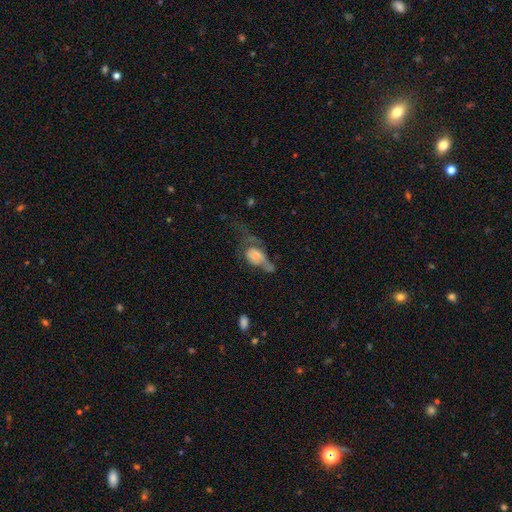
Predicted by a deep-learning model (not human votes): Smooth or featured? Predicted: smooth (p=0.55). How rounded? Predicted: in between (p=0.81). Merging? Predicted: major disturbance (p=0.52).